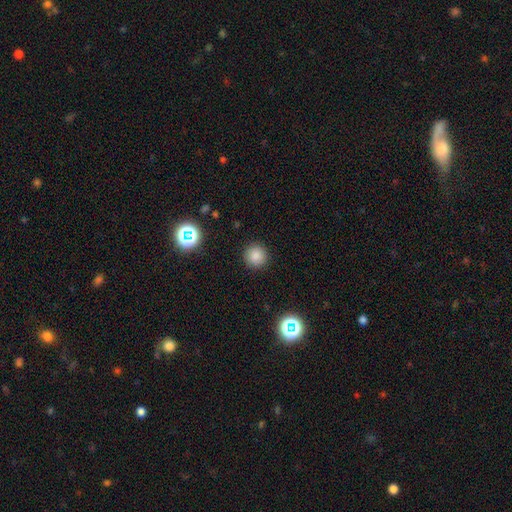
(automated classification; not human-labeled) A smooth galaxy with no disk features (83%) that is round (95%).

Vote fractions:
- Smooth or featured? smooth: 83% / star or artifact: 13% / featured or disk: 4%
- How rounded? round: 95% / in between: 4% / cigar-shaped: 1%
- Merging? none: 92% / minor disturbance: 5% / major disturbance: 2% / merger: 1%